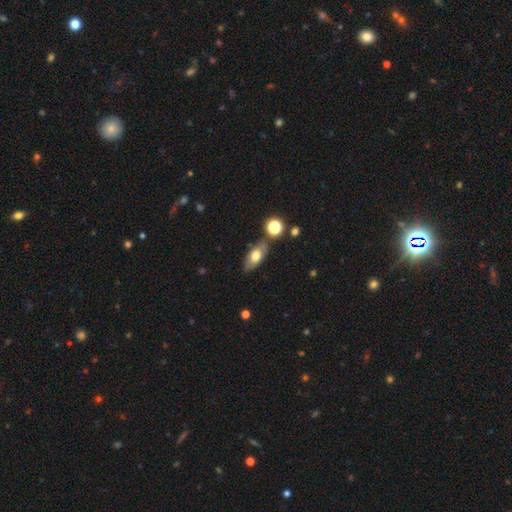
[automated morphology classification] smooth 67%, featured or disk 25%, star or artifact 8%. Down the decision tree: how rounded — in between (84%); merging — none (75%).